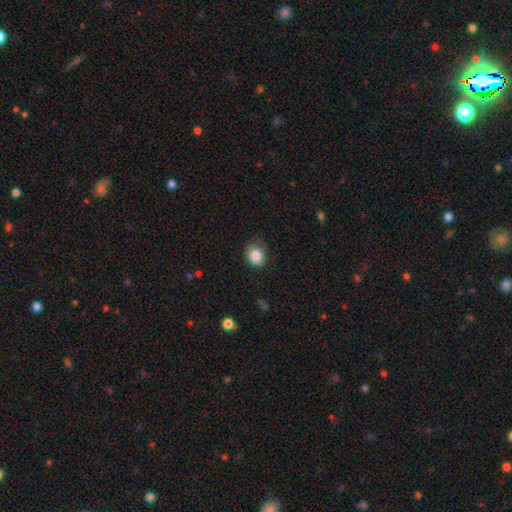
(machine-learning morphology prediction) Smooth or featured?
  - smooth: 84% *
  - star or artifact: 9%
  - featured or disk: 6%
How rounded?
  - round: 56% *
  - in between: 44%
  - cigar-shaped: 1%
Merging?
  - none: 71% *
  - minor disturbance: 23%
  - major disturbance: 5%
  - merger: 1%